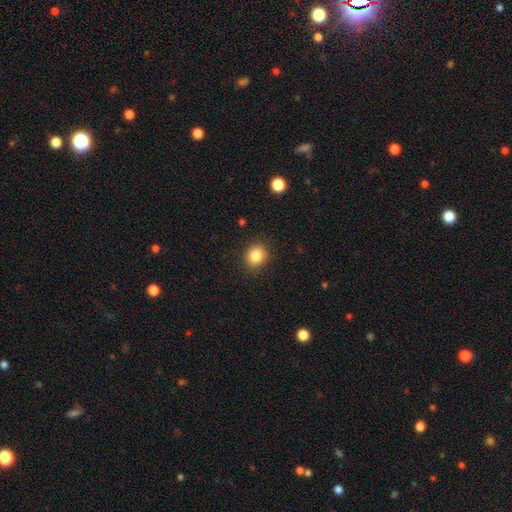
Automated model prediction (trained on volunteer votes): Smooth or featured?
  - smooth: 84% *
  - star or artifact: 10%
  - featured or disk: 5%
How rounded?
  - round: 72% *
  - in between: 27%
  - cigar-shaped: 1%
Merging?
  - none: 89% *
  - minor disturbance: 8%
  - major disturbance: 2%
  - merger: 1%